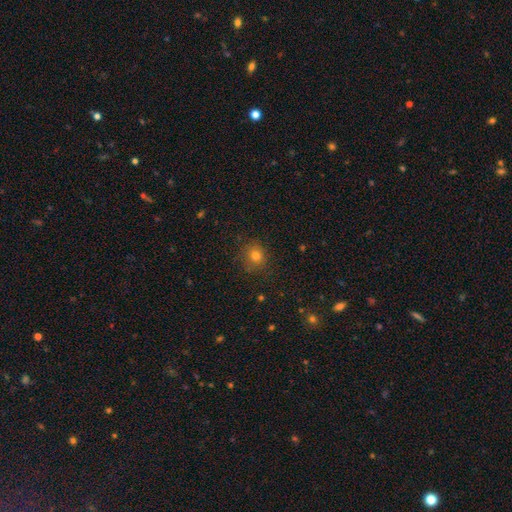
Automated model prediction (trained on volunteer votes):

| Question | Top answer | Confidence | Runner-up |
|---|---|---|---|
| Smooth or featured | smooth | 77% | star or artifact (16%) |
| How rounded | round | 85% | in between (14%) |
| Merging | none | 85% | minor disturbance (11%) |